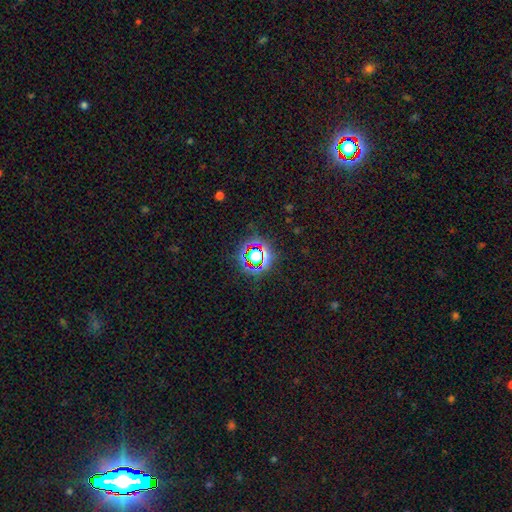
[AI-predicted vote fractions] Q: Smooth or featured?
A: star or artifact (70%); runner-up: smooth (20%)